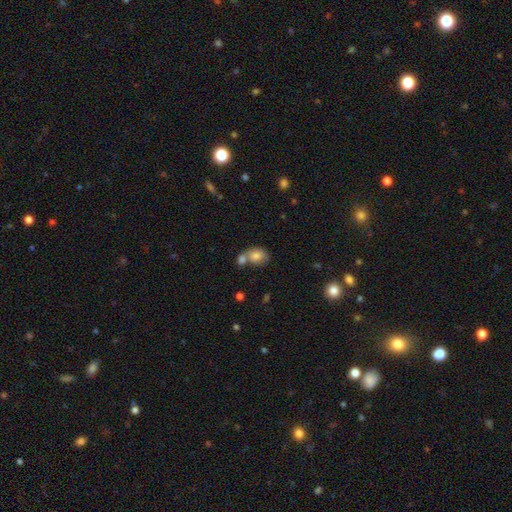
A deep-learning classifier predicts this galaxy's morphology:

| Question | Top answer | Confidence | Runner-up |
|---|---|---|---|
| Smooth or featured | smooth | 80% | featured or disk (11%) |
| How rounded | in between | 59% | round (39%) |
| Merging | merger | 43% | none (42%) |